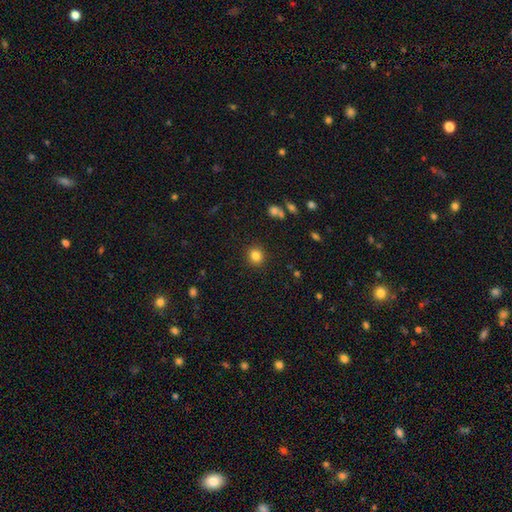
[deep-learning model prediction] Smooth or featured?
  - smooth: 83% *
  - star or artifact: 12%
  - featured or disk: 6%
How rounded?
  - round: 87% *
  - in between: 12%
  - cigar-shaped: 1%
Merging?
  - none: 91% *
  - minor disturbance: 6%
  - major disturbance: 2%
  - merger: 1%